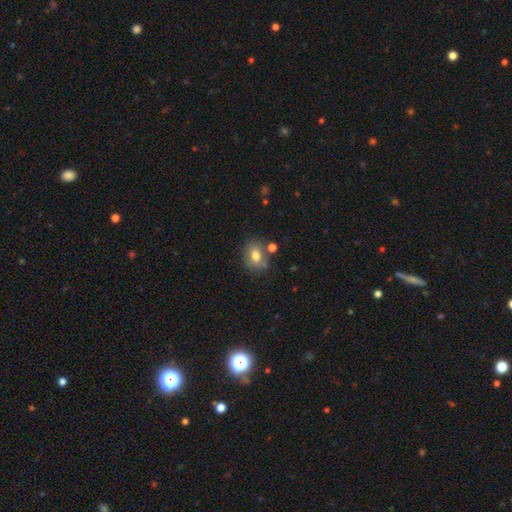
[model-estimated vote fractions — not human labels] smooth_or_featured: smooth (p=0.75) [alt: featured or disk p=0.15]
how_rounded: in between (p=0.60) [alt: round p=0.39]
merging: none (p=0.70) [alt: minor disturbance p=0.15]